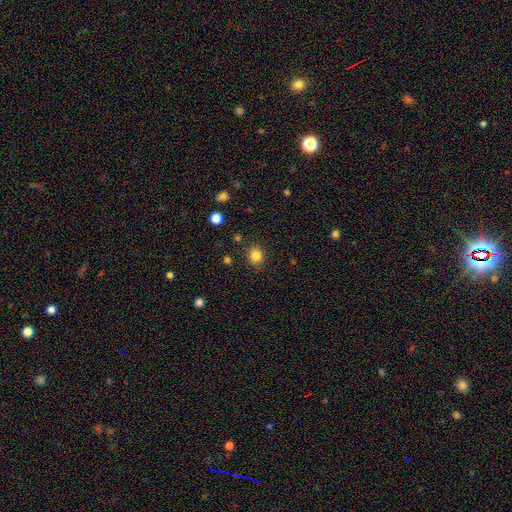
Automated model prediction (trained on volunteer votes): This appears to be a smooth galaxy with no disk features (84%) that is round (82%). Merging: none (87%).